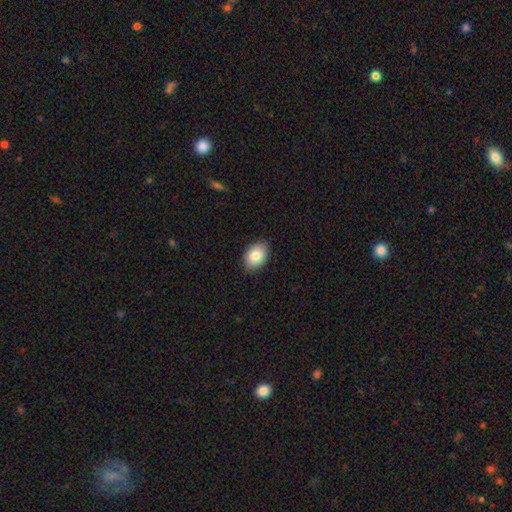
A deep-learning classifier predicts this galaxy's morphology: smooth_or_featured: smooth (p=0.84) [alt: featured or disk p=0.09]
how_rounded: in between (p=0.83) [alt: round p=0.16]
merging: none (p=0.88) [alt: minor disturbance p=0.10]